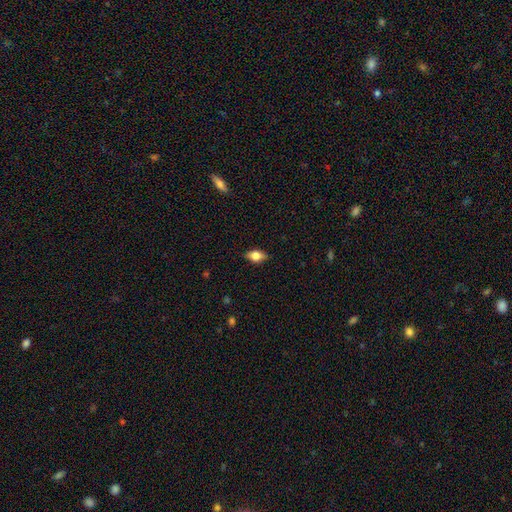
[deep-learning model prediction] Morphology: type=smooth (69%); roundness=in between (82%); merging=none (84%).